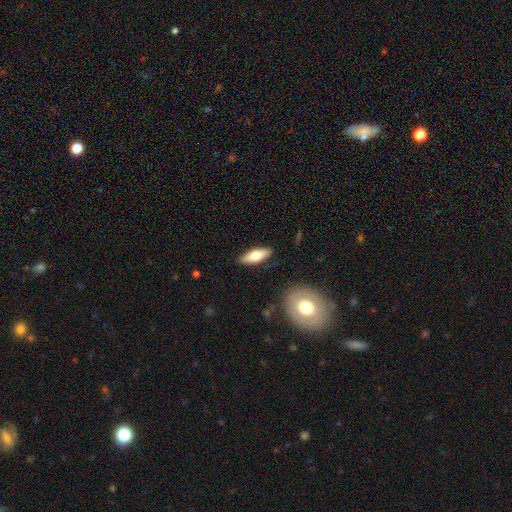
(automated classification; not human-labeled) Q: Smooth or featured?
A: smooth (59%); runner-up: featured or disk (35%)
Q: How rounded?
A: in between (55%); runner-up: cigar-shaped (43%)
Q: Merging?
A: none (87%); runner-up: minor disturbance (9%)